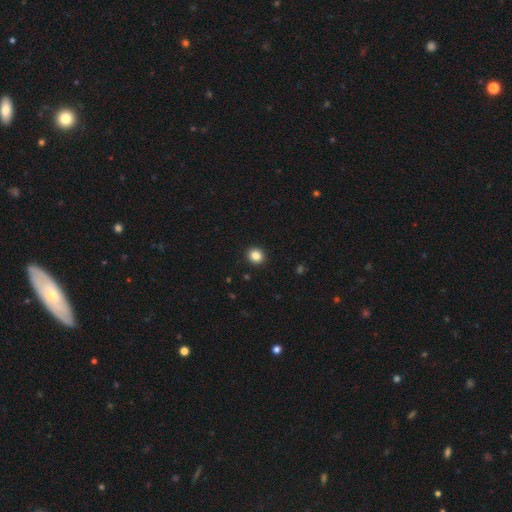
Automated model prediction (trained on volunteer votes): smooth_or_featured: smooth (p=0.85) [alt: star or artifact p=0.11]
how_rounded: round (p=0.84) [alt: in between p=0.15]
merging: none (p=0.93) [alt: minor disturbance p=0.05]